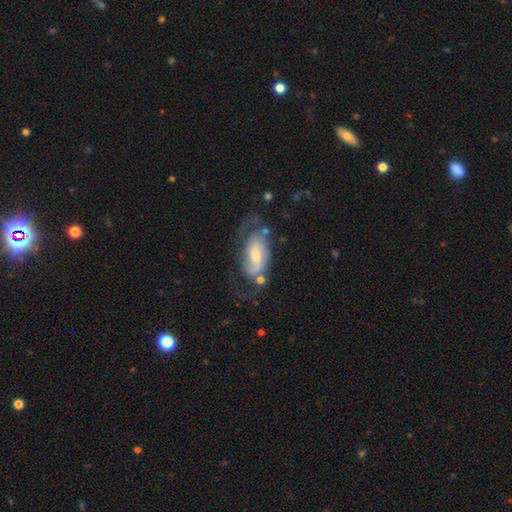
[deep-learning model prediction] Smooth or featured? featured or disk (72%)
Edge-on disk? no (94%)
Bar? no (47%)
Spiral arms? yes (88%)
Spiral winding? medium (44%)
Spiral arm count? 2 (65%)
Bulge size? moderate (47%)
Merging? none (46%)